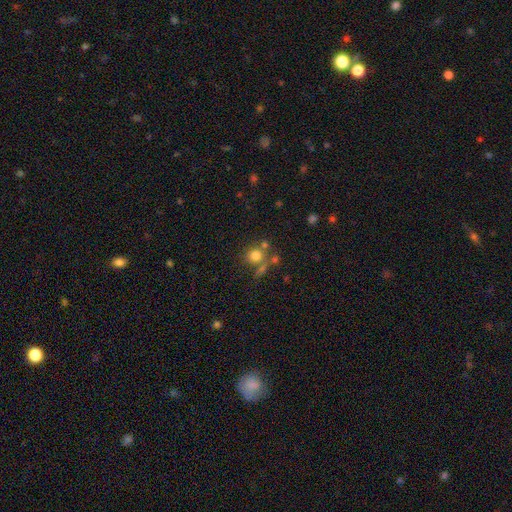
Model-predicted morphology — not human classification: smooth 75%, star or artifact 14%, featured or disk 11%. Down the decision tree: how rounded — round (86%); merging — none (59%).